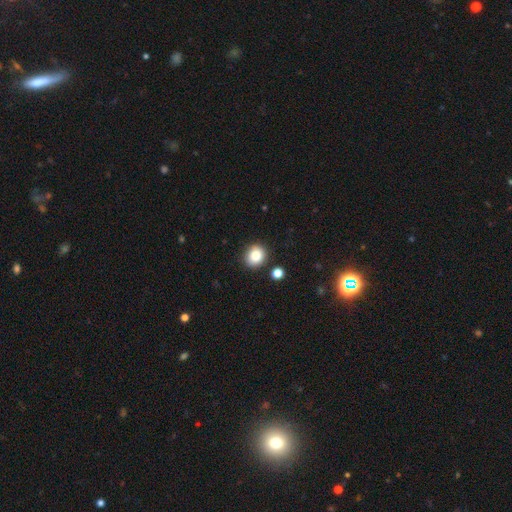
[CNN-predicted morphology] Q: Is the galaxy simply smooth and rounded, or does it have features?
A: smooth — 85%.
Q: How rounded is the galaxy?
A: round — 73%.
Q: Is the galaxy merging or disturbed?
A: none — 86%.